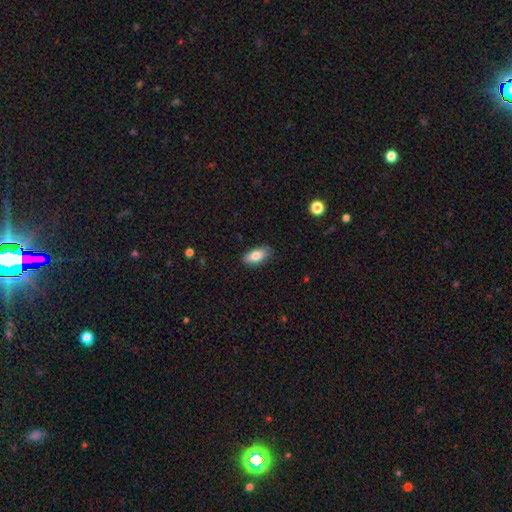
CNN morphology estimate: A smooth galaxy with no disk features (82%) that is in between round and cigar-shaped (88%).

Vote fractions:
- Smooth or featured? smooth: 82% / featured or disk: 11% / star or artifact: 7%
- How rounded? in between: 88% / cigar-shaped: 9% / round: 3%
- Merging? none: 84% / minor disturbance: 13% / major disturbance: 2% / merger: 1%